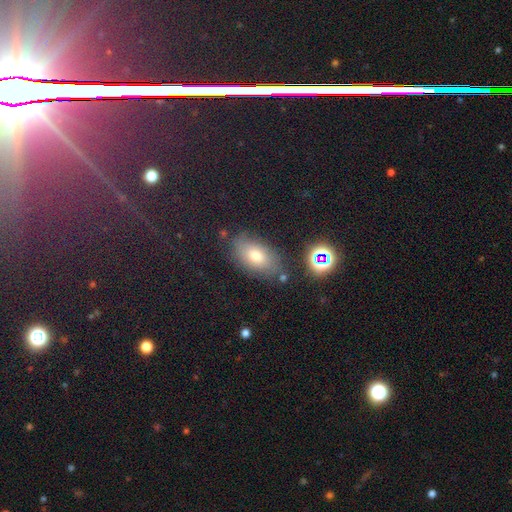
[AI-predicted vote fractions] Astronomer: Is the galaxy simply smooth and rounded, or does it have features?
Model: smooth — 66%.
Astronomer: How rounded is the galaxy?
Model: in between — 86%.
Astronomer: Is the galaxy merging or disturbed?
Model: none — 78%.